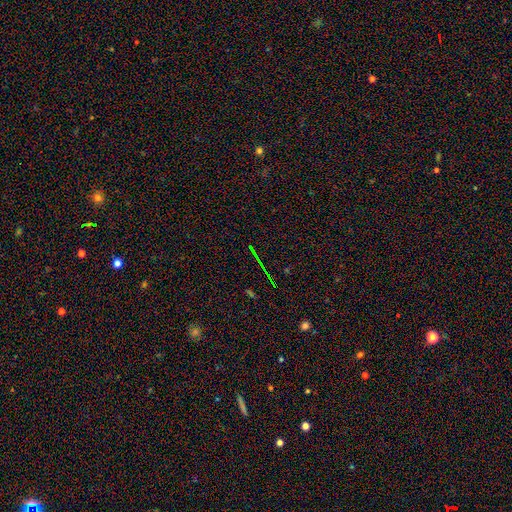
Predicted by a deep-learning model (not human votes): Smooth or featured? star or artifact (77%)